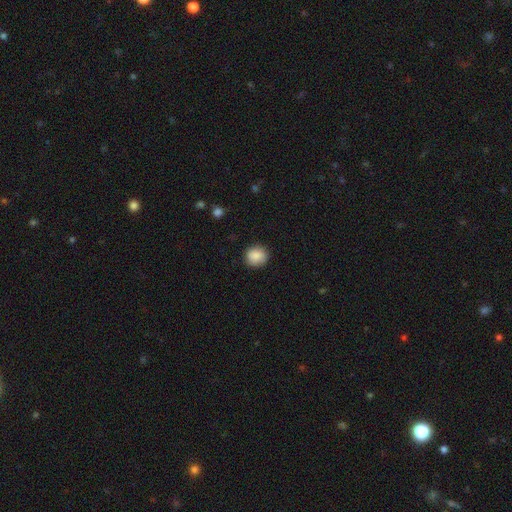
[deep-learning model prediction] Morphology: type=smooth (87%); roundness=round (86%); merging=none (86%).